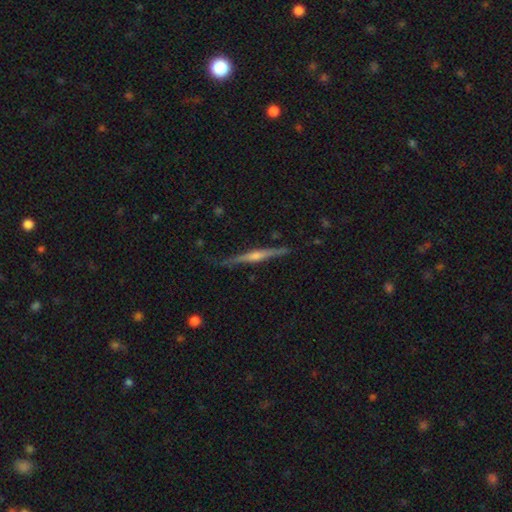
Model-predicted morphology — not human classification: featured or disk 81%, smooth 13%, star or artifact 6%. Down the decision tree: edge-on disk — yes (98%); edge-on bulge — rounded (85%); merging — none (83%).